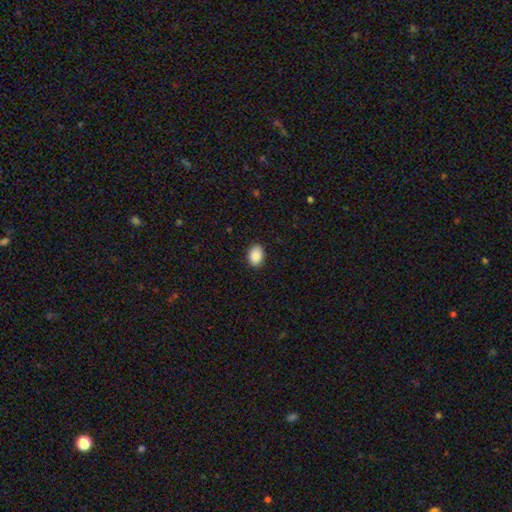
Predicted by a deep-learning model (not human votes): Smooth or featured? Predicted: smooth (p=0.90). How rounded? Predicted: in between (p=0.79). Merging? Predicted: none (p=0.88).